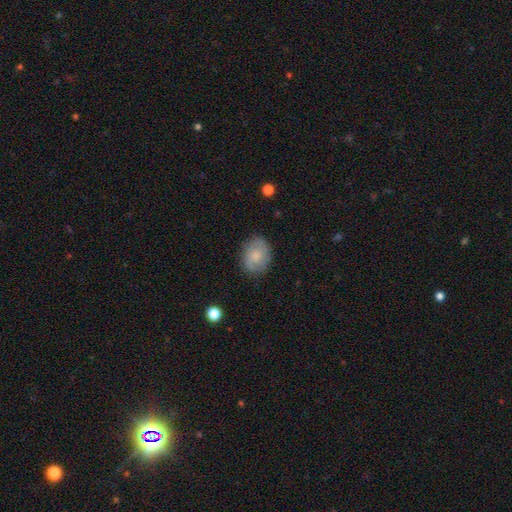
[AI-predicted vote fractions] Q: Smooth or featured?
A: smooth (63%); runner-up: featured or disk (29%)
Q: How rounded?
A: round (51%); runner-up: in between (48%)
Q: Merging?
A: none (79%); runner-up: minor disturbance (15%)